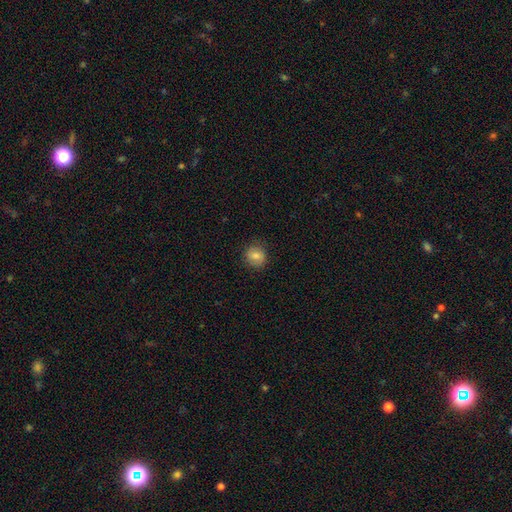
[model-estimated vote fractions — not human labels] Smooth or featured: smooth — 80% (featured or disk — 11%)
How rounded: round — 79% (in between — 20%)
Merging: none — 84% (minor disturbance — 12%)